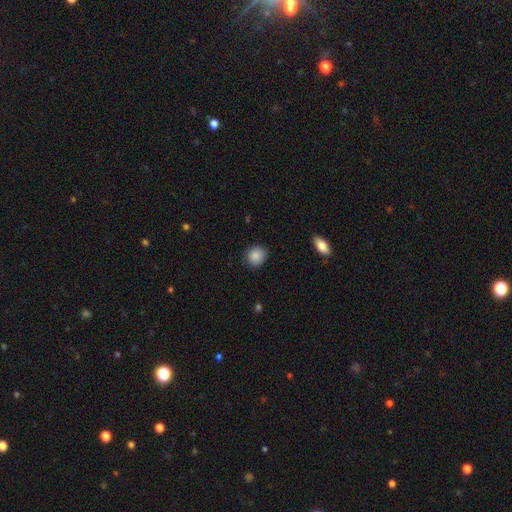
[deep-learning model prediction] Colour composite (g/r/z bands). It shows a smooth galaxy with no disk features (88%) that is round (82%). Merging: none (86%).